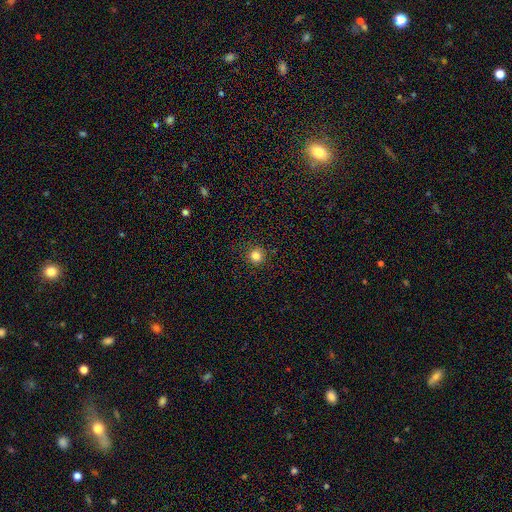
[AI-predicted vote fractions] Smooth or featured: smooth — 82% (star or artifact — 13%)
How rounded: round — 94% (in between — 5%)
Merging: none — 90% (minor disturbance — 6%)